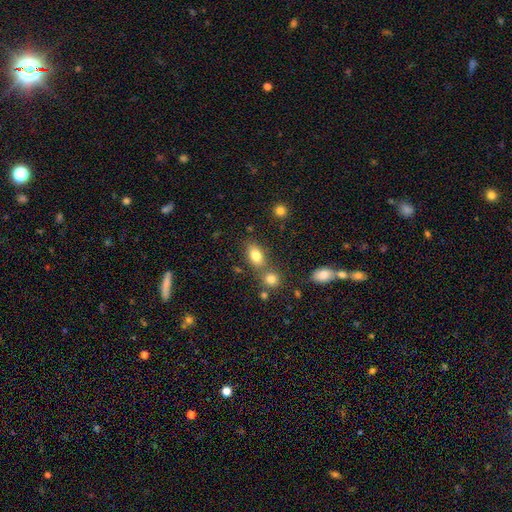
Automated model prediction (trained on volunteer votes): Smooth or featured: smooth — 80% (star or artifact — 10%)
How rounded: in between — 84% (round — 12%)
Merging: none — 61% (merger — 25%)